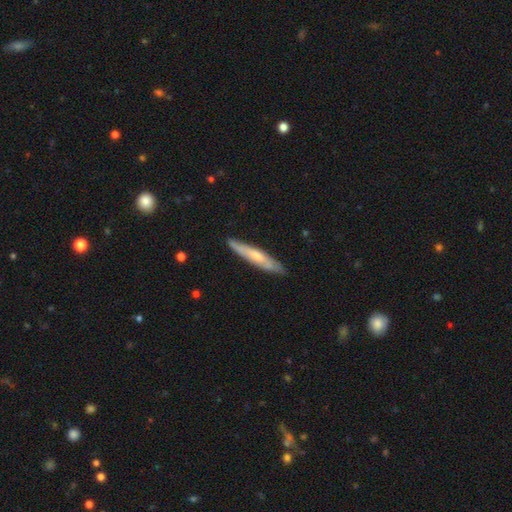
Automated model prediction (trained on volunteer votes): This appears to be a smooth galaxy with no disk features (50%). Merging: none (83%).